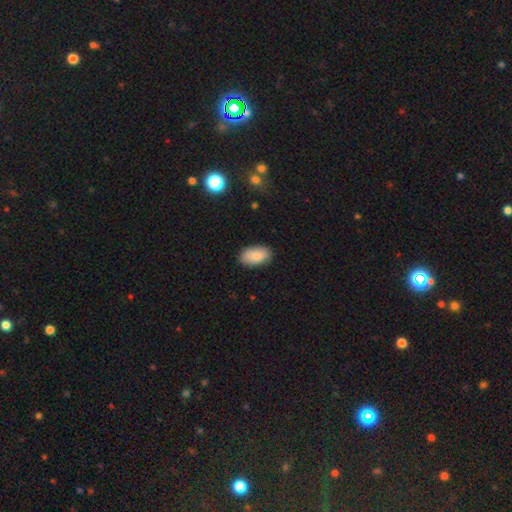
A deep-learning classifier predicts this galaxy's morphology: Smooth or featured?
  - smooth: 86% *
  - featured or disk: 7%
  - star or artifact: 7%
How rounded?
  - in between: 94% *
  - round: 4%
  - cigar-shaped: 2%
Merging?
  - none: 85% *
  - minor disturbance: 12%
  - major disturbance: 2%
  - merger: 1%